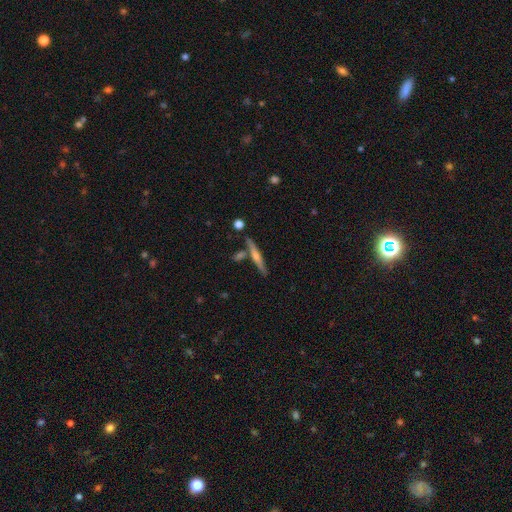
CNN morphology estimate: A featured or disk galaxy (70%) viewed edge-on (97%) with a rounded central bulge (80%). Merging: none (81%).